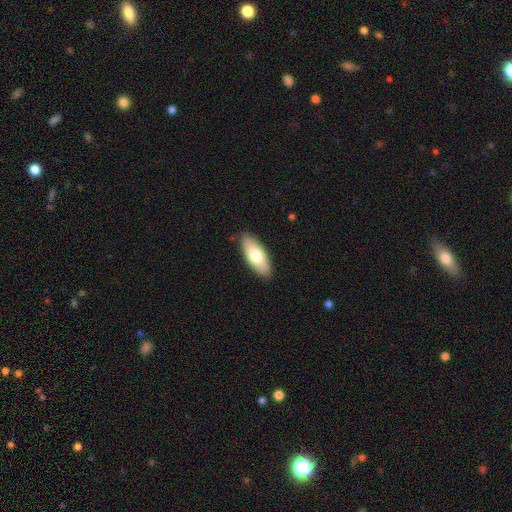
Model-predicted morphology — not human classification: Smooth or featured: smooth — 75% (featured or disk — 20%)
How rounded: in between — 81% (cigar-shaped — 17%)
Merging: none — 87% (minor disturbance — 10%)